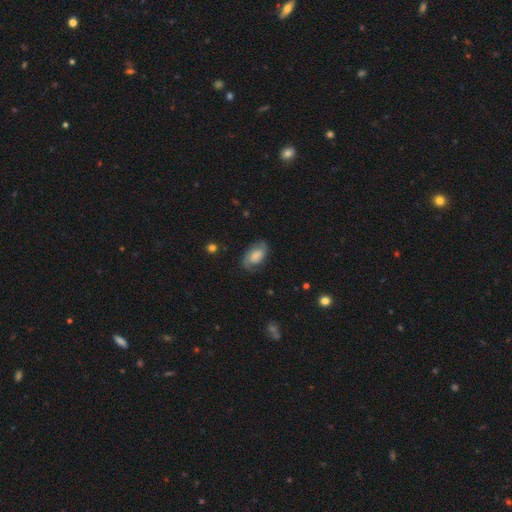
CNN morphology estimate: Smooth or featured? featured or disk (52%)
Edge-on disk? no (95%)
Merging? none (73%)